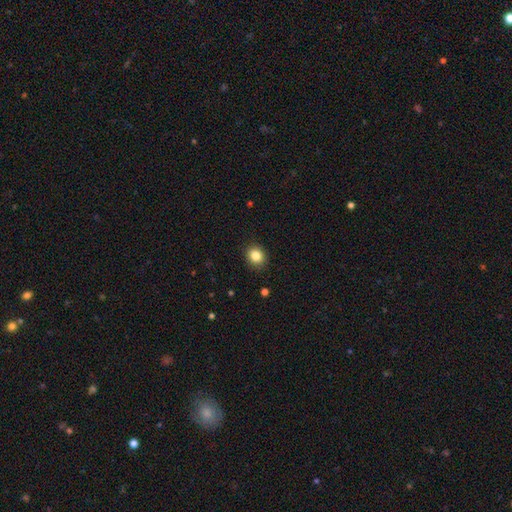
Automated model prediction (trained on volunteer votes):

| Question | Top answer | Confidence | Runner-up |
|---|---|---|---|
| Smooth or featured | smooth | 85% | star or artifact (10%) |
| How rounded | round | 73% | in between (26%) |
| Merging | none | 90% | minor disturbance (7%) |